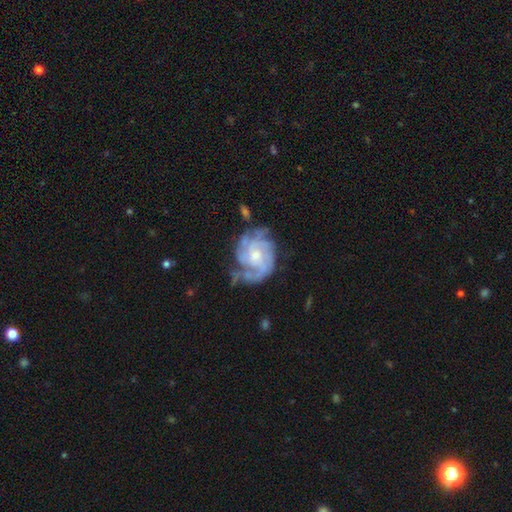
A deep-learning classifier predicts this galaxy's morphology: The model was most divided on "spiral arm count": can't tell: 28%, 3: 25%, 2: 17%, 4: 17%, more than 4: 7%, 1: 6%. Remaining: edge-on disk — no (98%); spiral arms — yes (96%); smooth or featured — featured or disk (87%); bar — no (69%); merging — none (61%); spiral winding — tight (57%); bulge size — small (49%).